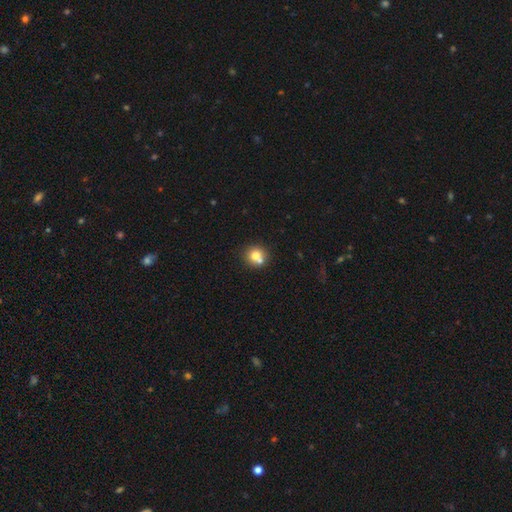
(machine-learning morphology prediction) type=smooth (74%); roundness=round (88%); merging=none (56%).